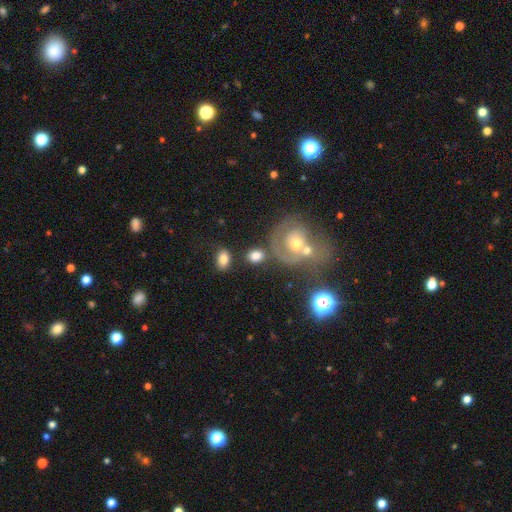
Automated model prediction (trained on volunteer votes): A smooth galaxy with no disk features (72%) that is in between round and cigar-shaped (64%).

Vote fractions:
- Smooth or featured? smooth: 72% / featured or disk: 20% / star or artifact: 9%
- How rounded? in between: 64% / round: 34% / cigar-shaped: 2%
- Merging? none: 59% / merger: 19% / minor disturbance: 14% / major disturbance: 9%